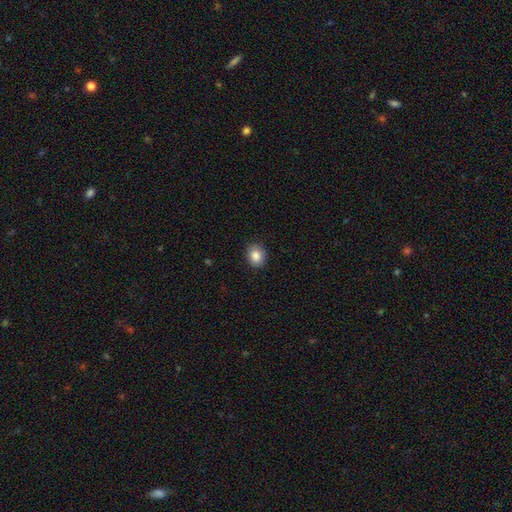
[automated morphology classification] Overall: smooth (86%). How rounded: round (55%; in between 44%). Merging: none (89%).